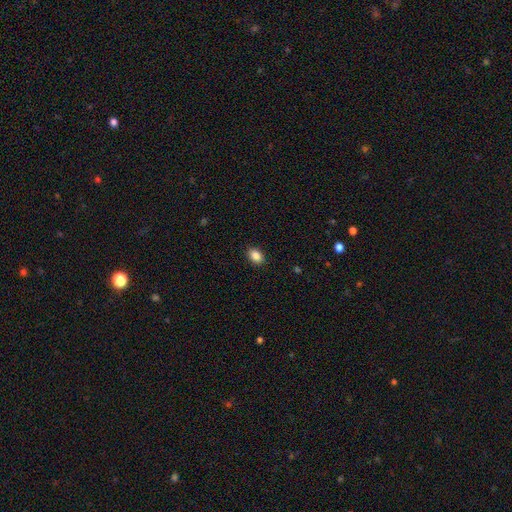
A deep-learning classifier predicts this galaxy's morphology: Overall: smooth (87%). How rounded: in between (75%). Merging: none (90%).